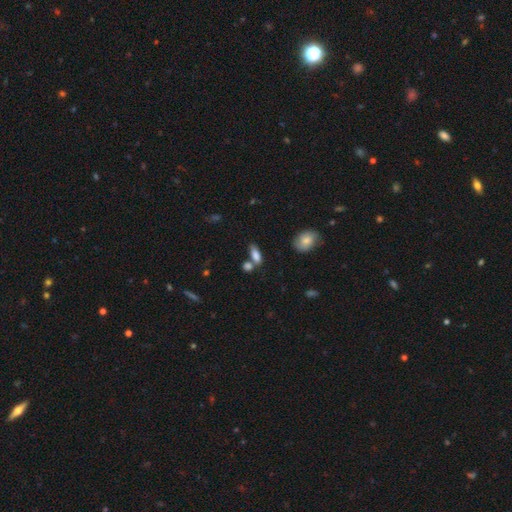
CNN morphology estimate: Smooth or featured?
  - smooth: 82% *
  - featured or disk: 10%
  - star or artifact: 8%
How rounded?
  - in between: 75% *
  - cigar-shaped: 19%
  - round: 6%
Merging?
  - none: 52% *
  - merger: 31%
  - minor disturbance: 13%
  - major disturbance: 5%